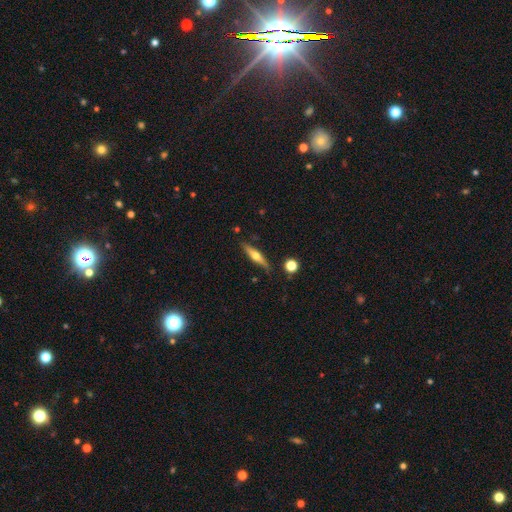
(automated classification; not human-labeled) This is likely a featured or disk galaxy (61%). It is clearly viewed edge-on (95%). Edge-on bulge: clearly rounded (92%). Merging: clearly none (82%).